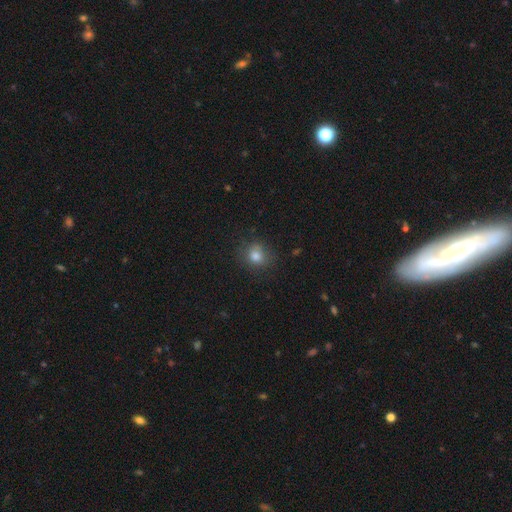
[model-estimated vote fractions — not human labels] Smooth or featured? Predicted: smooth (p=0.80). How rounded? Predicted: round (p=0.75). Merging? Predicted: none (p=0.77).